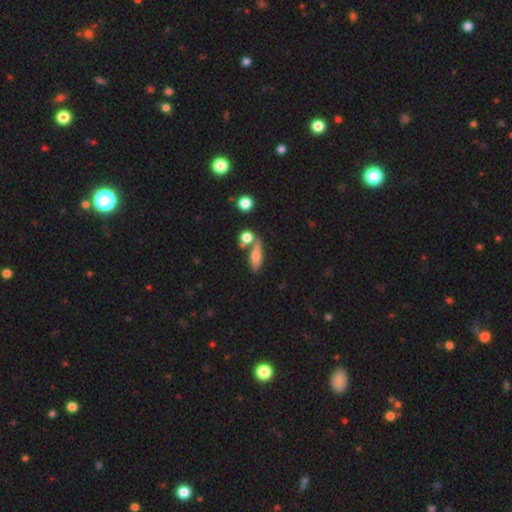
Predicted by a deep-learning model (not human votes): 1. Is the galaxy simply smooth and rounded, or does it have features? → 62% smooth, 27% featured or disk, 11% star or artifact.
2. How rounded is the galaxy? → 48% in between, 43% cigar-shaped, 9% round.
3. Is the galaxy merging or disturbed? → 57% none, 23% merger, 14% minor disturbance, 6% major disturbance.